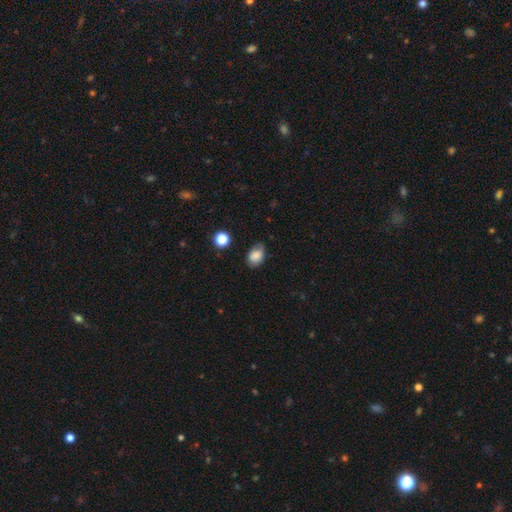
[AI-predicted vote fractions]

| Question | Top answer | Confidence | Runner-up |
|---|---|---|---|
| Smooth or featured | smooth | 83% | star or artifact (9%) |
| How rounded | in between | 78% | round (20%) |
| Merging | none | 73% | minor disturbance (22%) |